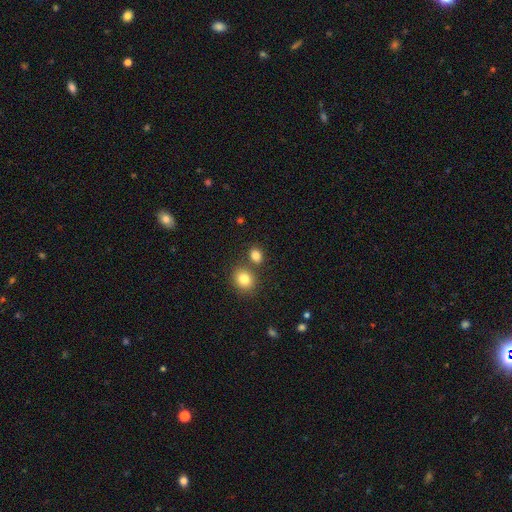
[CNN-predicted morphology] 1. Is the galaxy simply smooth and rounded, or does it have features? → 82% smooth, 11% star or artifact, 6% featured or disk.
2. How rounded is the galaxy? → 50% in between, 49% round, 1% cigar-shaped.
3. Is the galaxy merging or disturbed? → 66% none, 21% merger, 10% minor disturbance, 3% major disturbance.